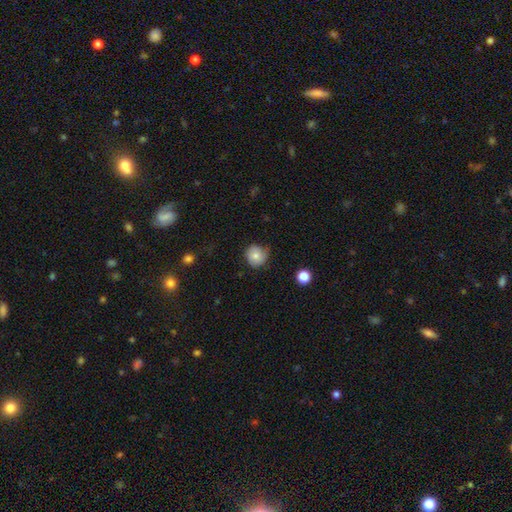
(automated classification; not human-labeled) Morphology: type=smooth (77%); roundness=round (91%); merging=none (68%).